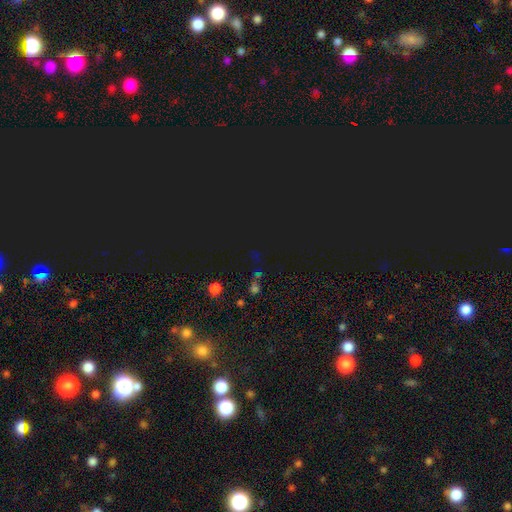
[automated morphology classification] smooth-or-featured: star or artifact: 71% | smooth: 21% | featured or disk: 8%